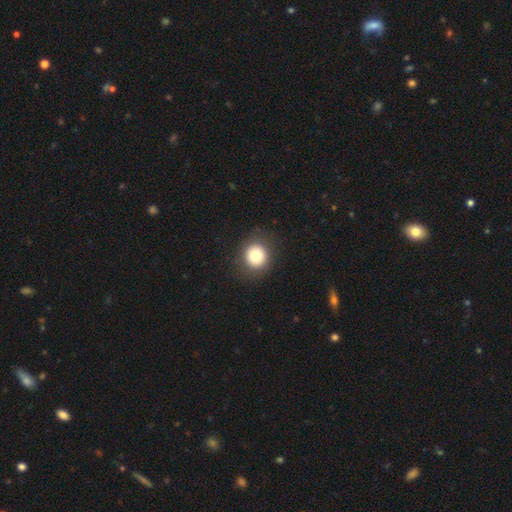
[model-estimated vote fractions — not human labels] Smooth or featured?
  - smooth: 79% *
  - featured or disk: 11%
  - star or artifact: 10%
How rounded?
  - round: 86% *
  - in between: 13%
  - cigar-shaped: 1%
Merging?
  - none: 88% *
  - minor disturbance: 8%
  - major disturbance: 3%
  - merger: 1%